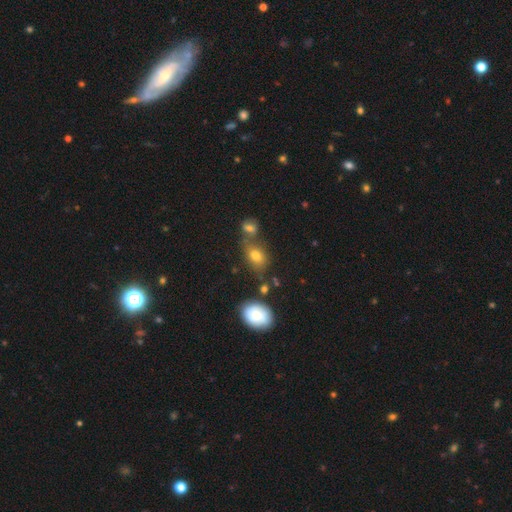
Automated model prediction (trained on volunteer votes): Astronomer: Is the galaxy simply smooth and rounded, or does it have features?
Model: smooth — 71%.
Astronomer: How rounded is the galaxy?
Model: in between — 73%.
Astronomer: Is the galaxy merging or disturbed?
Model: none — 56%.